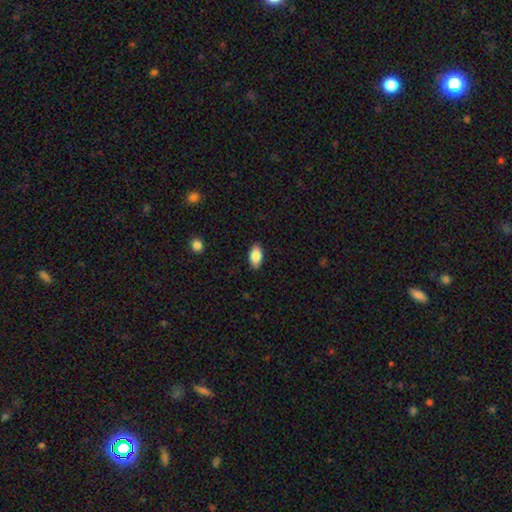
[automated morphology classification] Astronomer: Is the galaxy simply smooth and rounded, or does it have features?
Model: smooth — 87%.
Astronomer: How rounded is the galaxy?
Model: in between — 93%.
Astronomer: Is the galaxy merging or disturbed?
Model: none — 87%.